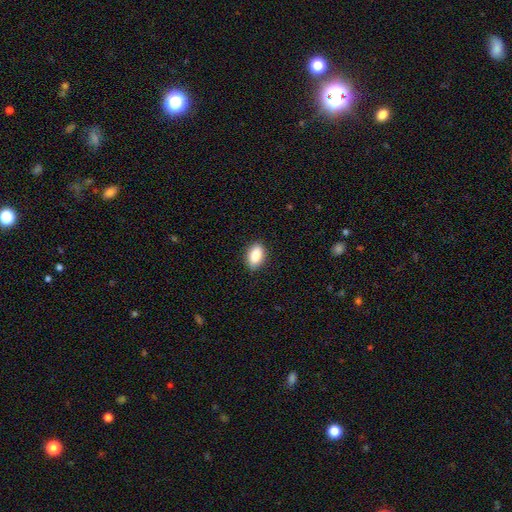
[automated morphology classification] smooth-or-featured: smooth: 85% | featured or disk: 8% | star or artifact: 7%
  how-rounded: in between: 89% | round: 8% | cigar-shaped: 3%
  merging: none: 88% | minor disturbance: 9% | major disturbance: 2% | merger: 1%